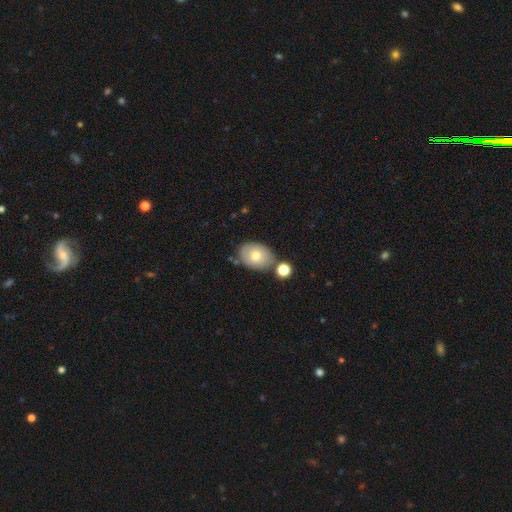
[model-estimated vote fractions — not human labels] Overall: smooth (71%). How rounded: in between (73%). Merging: none (68%).